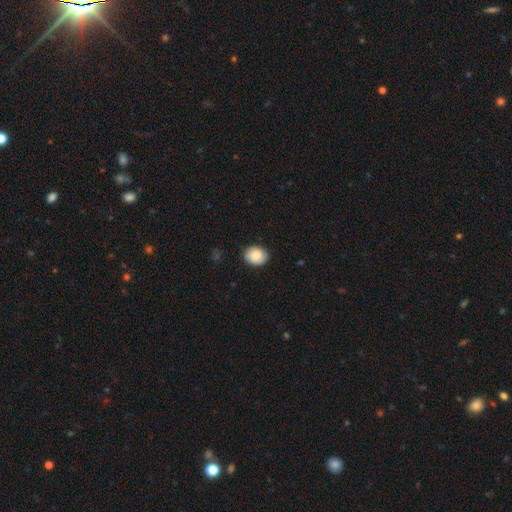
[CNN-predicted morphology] This appears to be a smooth galaxy with no disk features (86%) that is in between round and cigar-shaped (52%). Merging: none (88%).